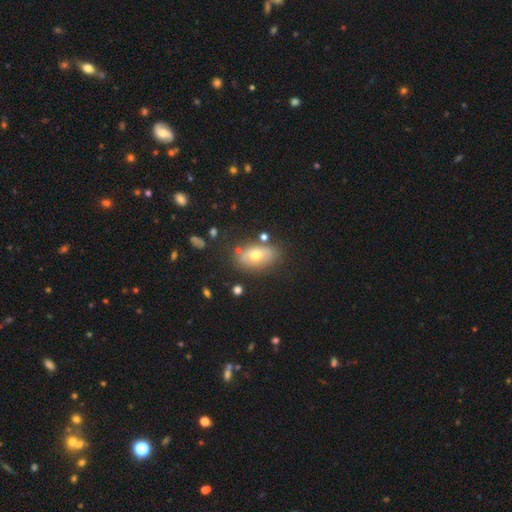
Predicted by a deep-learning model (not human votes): Q: Smooth or featured?
A: smooth (54%); runner-up: featured or disk (37%)
Q: How rounded?
A: in between (87%); runner-up: round (10%)
Q: Merging?
A: none (73%); runner-up: minor disturbance (17%)